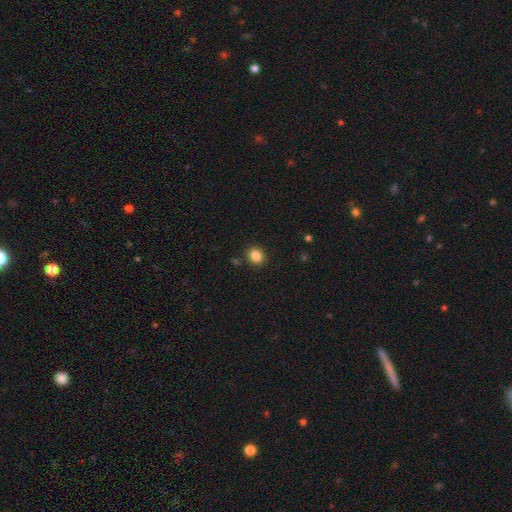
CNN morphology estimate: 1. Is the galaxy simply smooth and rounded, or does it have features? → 85% smooth, 10% star or artifact, 4% featured or disk.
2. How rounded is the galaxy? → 61% round, 38% in between, 1% cigar-shaped.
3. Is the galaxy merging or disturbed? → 88% none, 8% minor disturbance, 2% merger, 2% major disturbance.